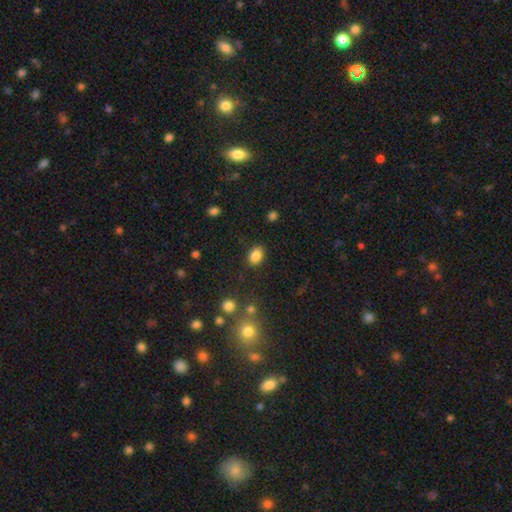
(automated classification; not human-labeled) smooth_or_featured: smooth (p=0.85) [alt: star or artifact p=0.10]
how_rounded: in between (p=0.72) [alt: round p=0.27]
merging: none (p=0.84) [alt: minor disturbance p=0.10]